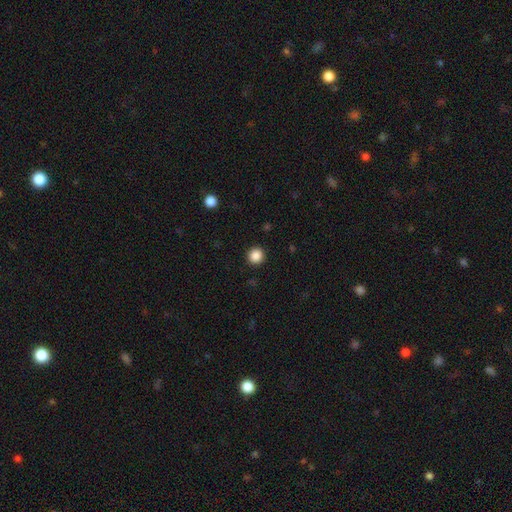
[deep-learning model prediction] Overall: smooth (86%). How rounded: round (95%). Merging: none (93%).